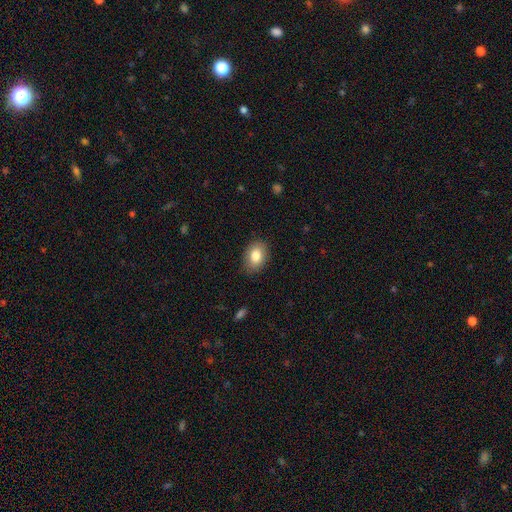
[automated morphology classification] Smooth or featured?
  - smooth: 83% *
  - featured or disk: 9%
  - star or artifact: 8%
How rounded?
  - in between: 78% *
  - round: 21%
  - cigar-shaped: 1%
Merging?
  - none: 85% *
  - minor disturbance: 12%
  - major disturbance: 3%
  - merger: 1%